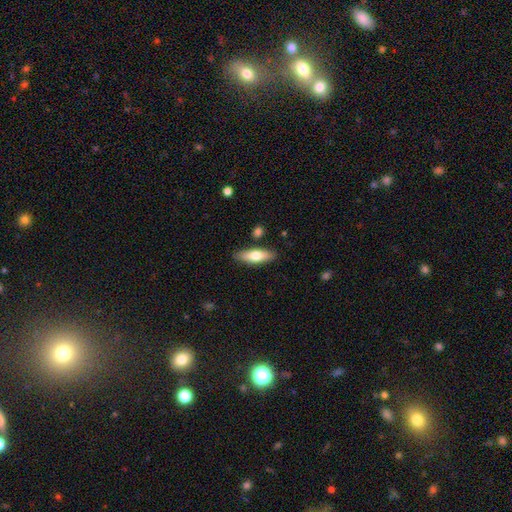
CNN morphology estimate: Smooth or featured? smooth (64%)
How rounded? in between (52%)
Merging? none (85%)